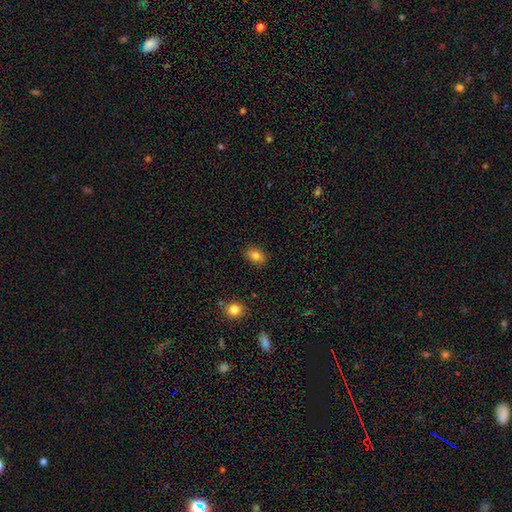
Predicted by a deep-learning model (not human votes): Smooth or featured? smooth (83%)
How rounded? in between (76%)
Merging? none (87%)